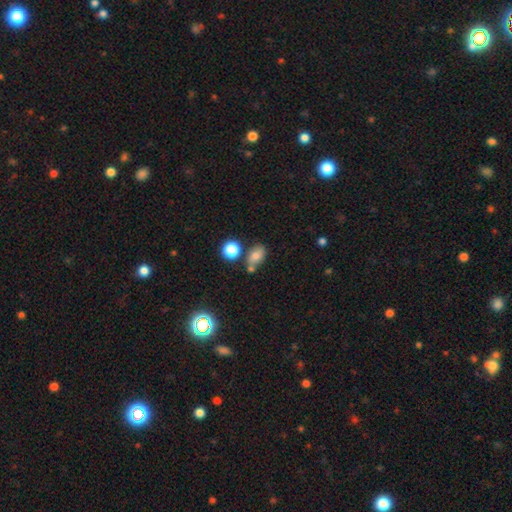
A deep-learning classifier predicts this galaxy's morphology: Smooth or featured? Predicted: smooth (p=0.73). How rounded? Predicted: in between (p=0.76). Merging? Predicted: none (p=0.60).